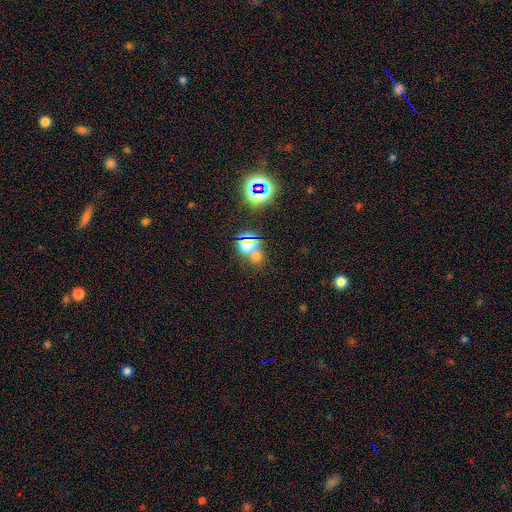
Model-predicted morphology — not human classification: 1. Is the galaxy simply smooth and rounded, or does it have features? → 47% star or artifact, 44% smooth, 9% featured or disk.